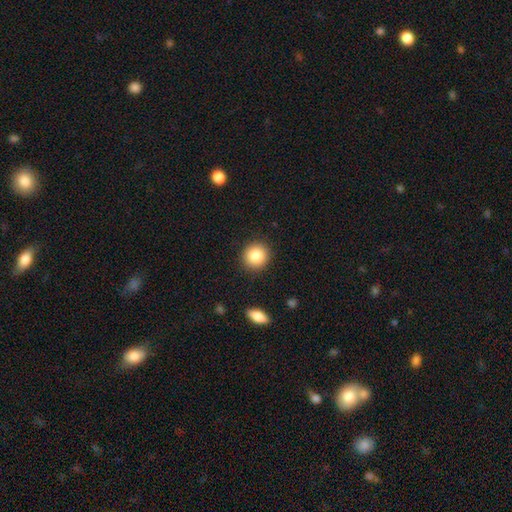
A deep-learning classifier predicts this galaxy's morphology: smooth 85%, star or artifact 9%, featured or disk 6%. Down the decision tree: how rounded — round (91%); merging — none (90%).